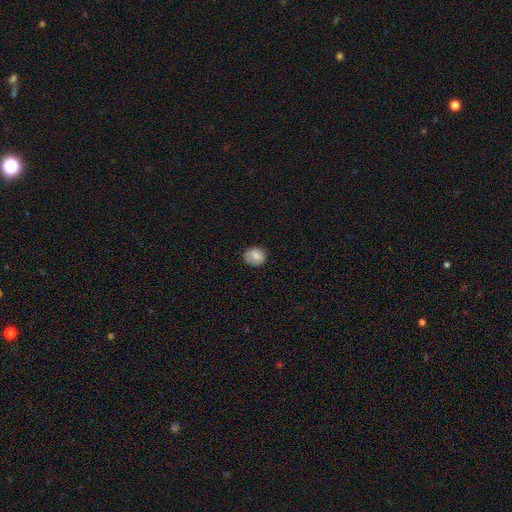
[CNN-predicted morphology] A smooth galaxy with no disk features (80%) that is round (74%). Merging: none (77%).